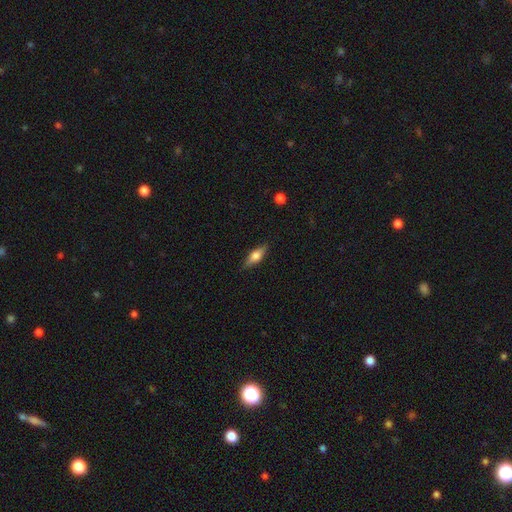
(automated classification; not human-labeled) The model was most divided on "smooth or featured": smooth: 54%, featured or disk: 39%, star or artifact: 7%. More confident: merging — none (86%); how rounded — in between (59%).